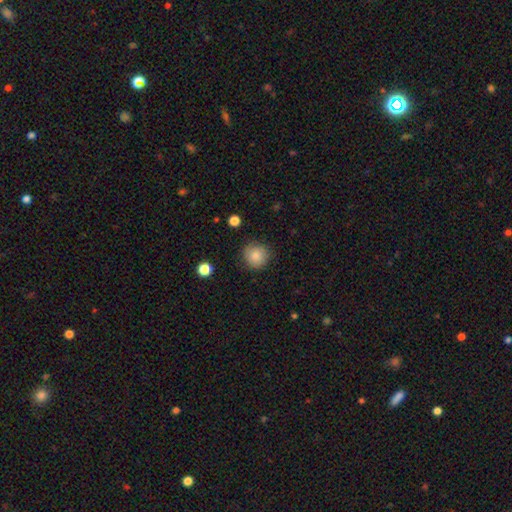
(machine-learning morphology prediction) This appears to be a smooth galaxy with no disk features (86%) that is round (93%). Merging: none (87%).